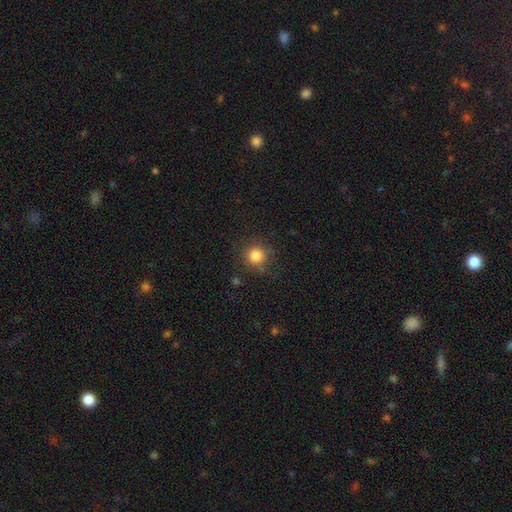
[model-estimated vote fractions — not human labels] A smooth galaxy with no disk features (83%) that is round (93%). Merging: none (82%).